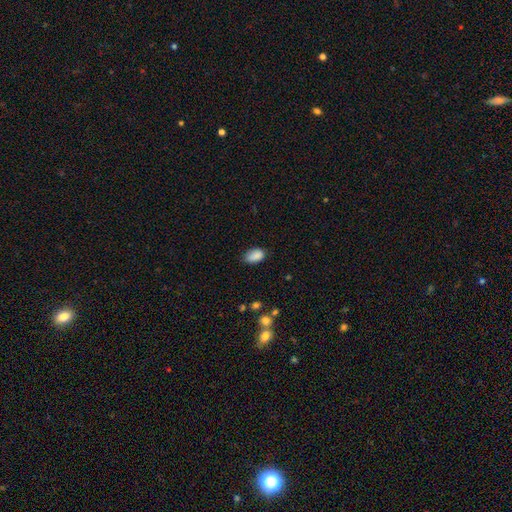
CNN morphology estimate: Smooth or featured: smooth — 87% (star or artifact — 8%)
How rounded: in between — 91% (round — 7%)
Merging: none — 72% (minor disturbance — 22%)